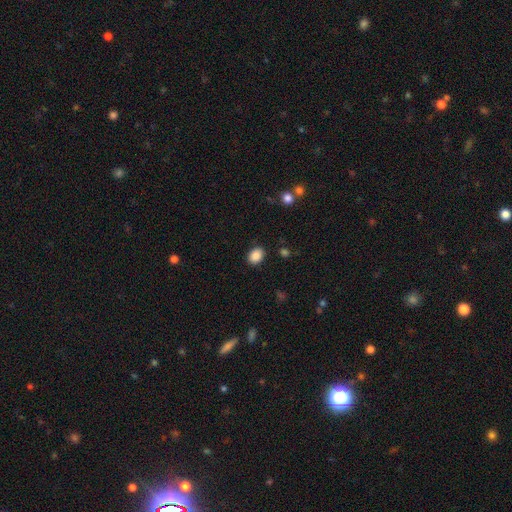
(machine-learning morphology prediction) Q: Smooth or featured?
A: smooth (88%); runner-up: star or artifact (9%)
Q: How rounded?
A: in between (63%); runner-up: round (36%)
Q: Merging?
A: none (87%); runner-up: minor disturbance (9%)